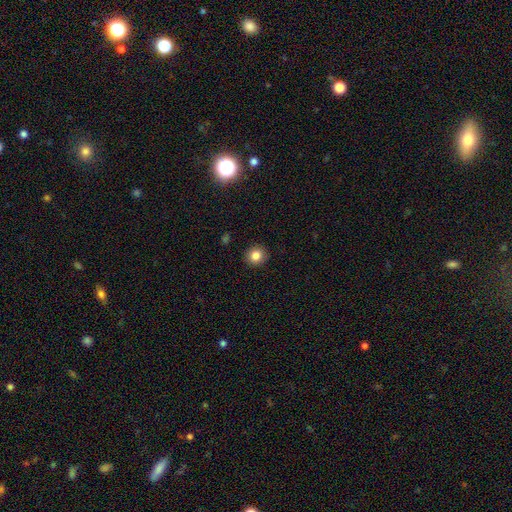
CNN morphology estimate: type=smooth (83%); roundness=round (90%); merging=none (92%).